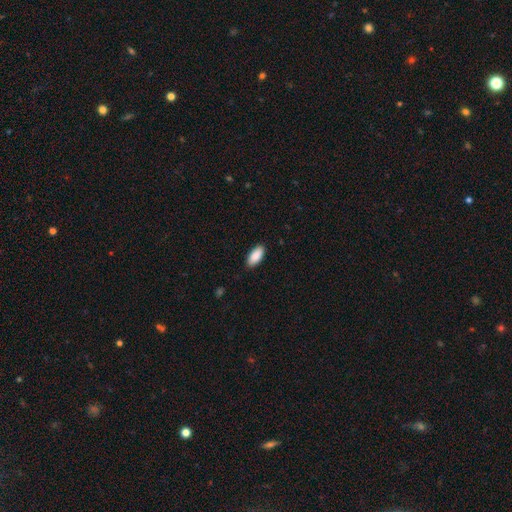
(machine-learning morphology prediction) Smooth or featured?
  - smooth: 90% *
  - star or artifact: 6%
  - featured or disk: 4%
How rounded?
  - in between: 90% *
  - cigar-shaped: 8%
  - round: 2%
Merging?
  - none: 88% *
  - minor disturbance: 9%
  - major disturbance: 2%
  - merger: 1%